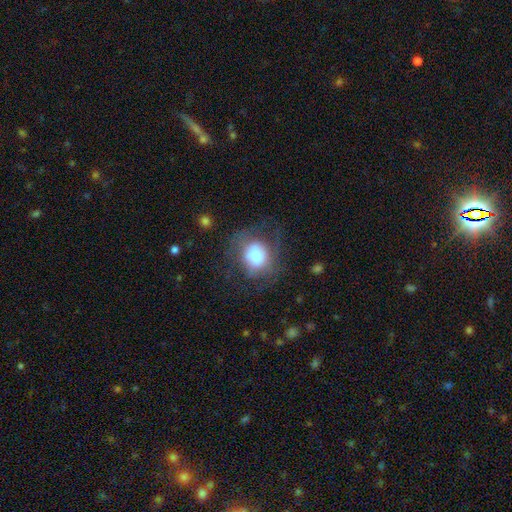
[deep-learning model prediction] smooth_or_featured: smooth (p=0.57) [alt: featured or disk p=0.33]
how_rounded: round (p=0.69) [alt: in between p=0.30]
merging: none (p=0.48) [alt: major disturbance p=0.27]